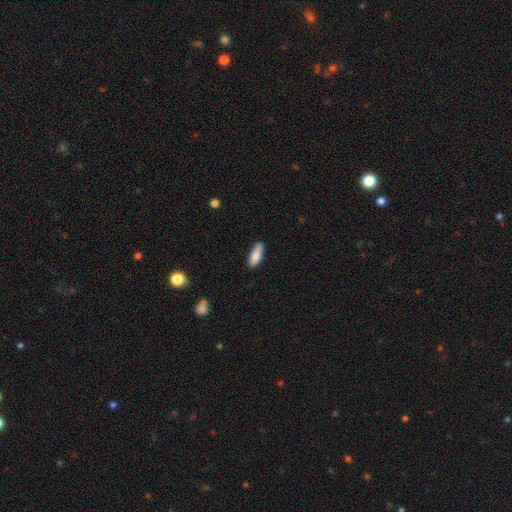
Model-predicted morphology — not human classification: This appears to be a smooth galaxy with no disk features (84%) that is in between round and cigar-shaped (71%). Merging: none (69%).